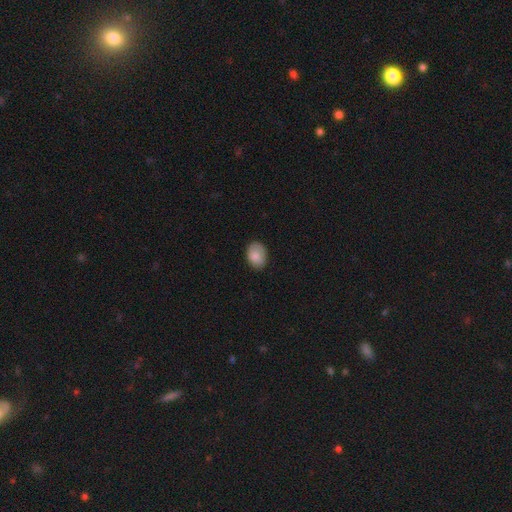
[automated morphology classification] Smooth or featured? Predicted: smooth (p=0.83). How rounded? Predicted: in between (p=0.76). Merging? Predicted: none (p=0.79).